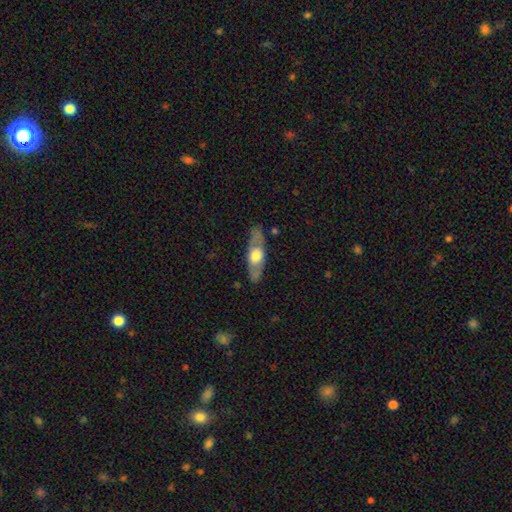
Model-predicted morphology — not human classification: featured or disk 54%, smooth 41%, star or artifact 5%. Down the decision tree: edge-on disk — yes (52%); merging — none (83%).